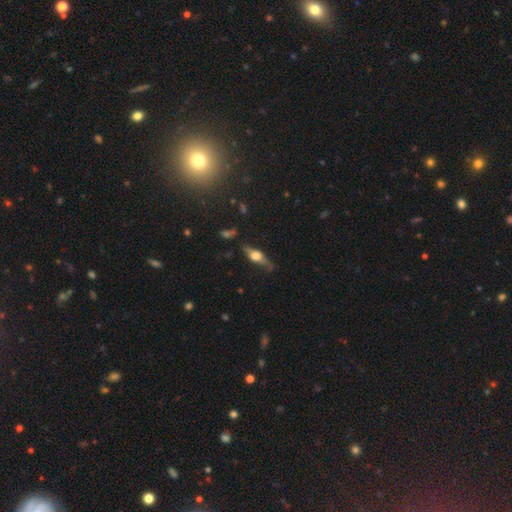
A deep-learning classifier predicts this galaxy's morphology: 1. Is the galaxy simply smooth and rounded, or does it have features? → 60% featured or disk, 33% smooth, 7% star or artifact.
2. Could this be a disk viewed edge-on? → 88% yes, 12% no.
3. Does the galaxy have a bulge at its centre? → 91% rounded, 7% boxy, 2% none.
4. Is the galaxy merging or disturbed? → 70% none, 21% minor disturbance, 7% major disturbance, 2% merger.